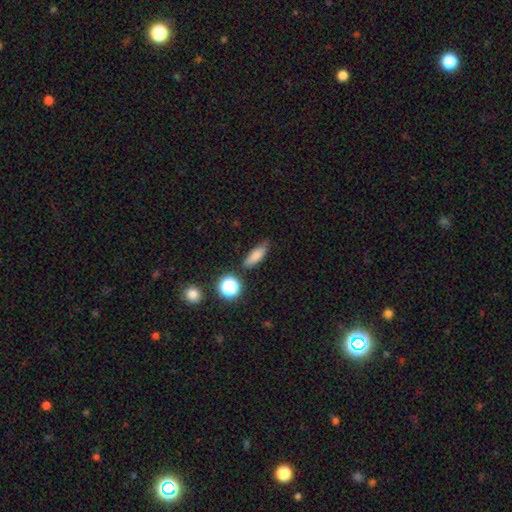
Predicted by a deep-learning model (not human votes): smooth_or_featured: smooth (p=0.77) [alt: star or artifact p=0.11]
how_rounded: in between (p=0.59) [alt: cigar-shaped p=0.33]
merging: none (p=0.74) [alt: minor disturbance p=0.18]